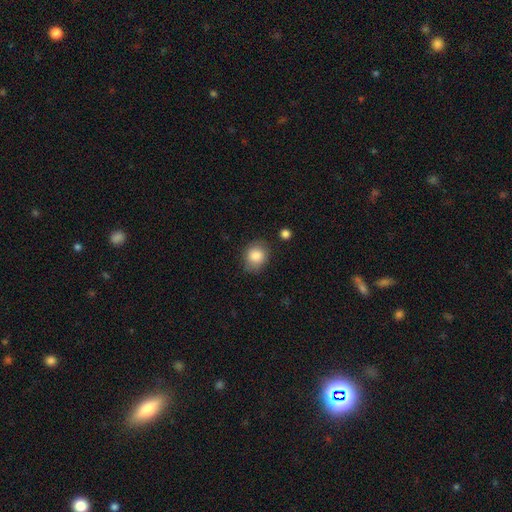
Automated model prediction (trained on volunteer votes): smooth_or_featured: smooth (p=0.85) [alt: star or artifact p=0.08]
how_rounded: round (p=0.71) [alt: in between p=0.28]
merging: none (p=0.78) [alt: minor disturbance p=0.15]